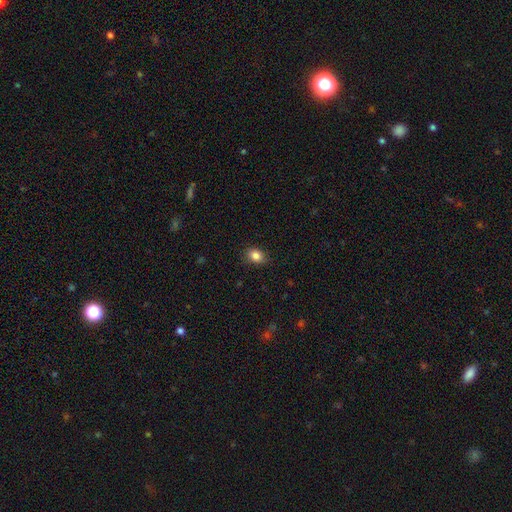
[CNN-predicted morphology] A smooth galaxy with no disk features (85%) that is in between round and cigar-shaped (63%). Merging: none (84%).